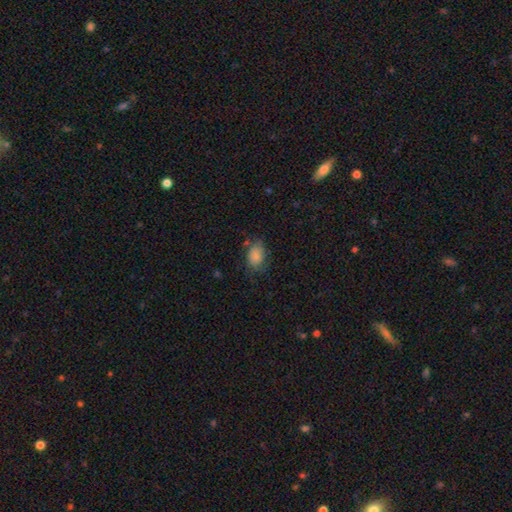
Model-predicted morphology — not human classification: Overall: smooth (82%). How rounded: in between (83%). Merging: none (62%; minor disturbance 26%).